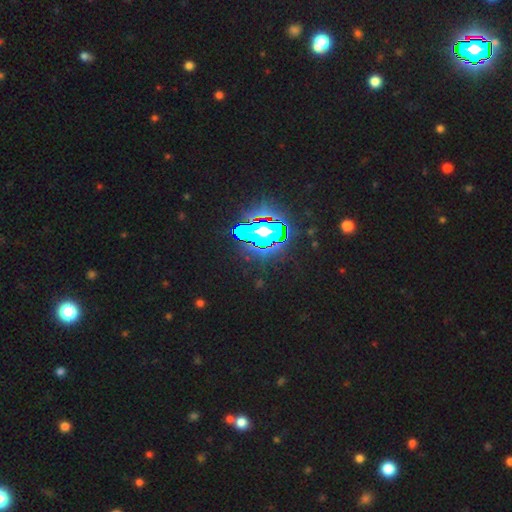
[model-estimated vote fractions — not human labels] Overall: star or artifact (85%).